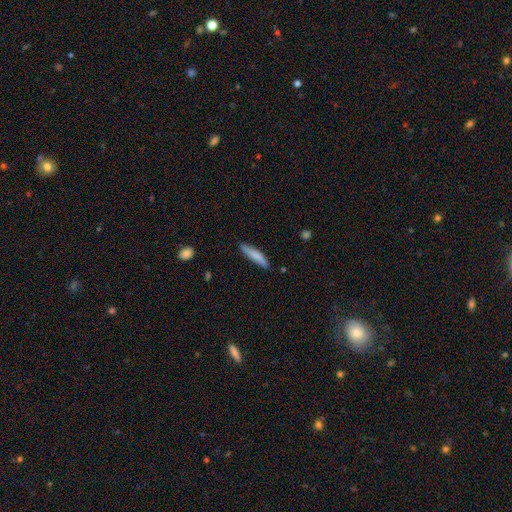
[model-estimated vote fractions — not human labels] The model was most divided on "smooth or featured": smooth: 79%, featured or disk: 15%, star or artifact: 6%. More confident: how rounded — cigar-shaped (88%); merging — none (83%).